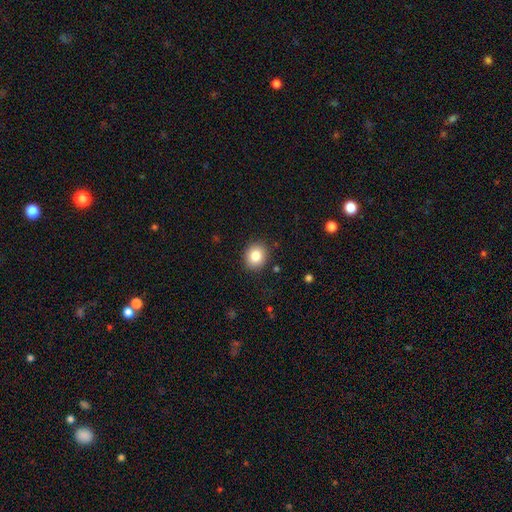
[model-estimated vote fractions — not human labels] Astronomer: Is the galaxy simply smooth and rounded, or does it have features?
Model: smooth — 84%.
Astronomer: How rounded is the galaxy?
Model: round — 71%.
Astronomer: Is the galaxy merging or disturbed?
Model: none — 89%.